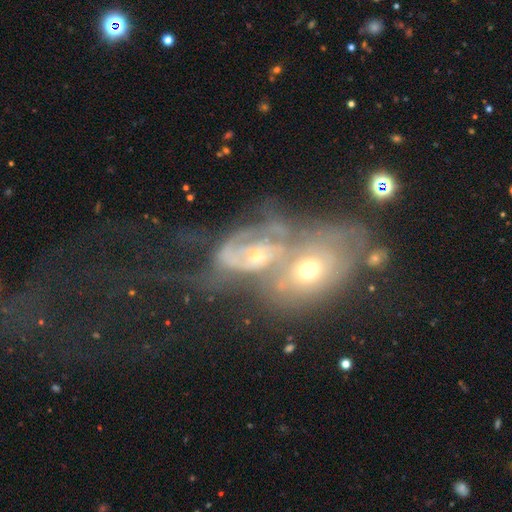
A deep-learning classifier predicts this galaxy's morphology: Smooth or featured? featured or disk (70%)
Edge-on disk? no (95%)
Bar? no (66%)
Spiral arms? yes (81%)
Spiral winding? tight (51%)
Spiral arm count? 2 (40%)
Bulge size? small (54%)
Merging? merger (64%)